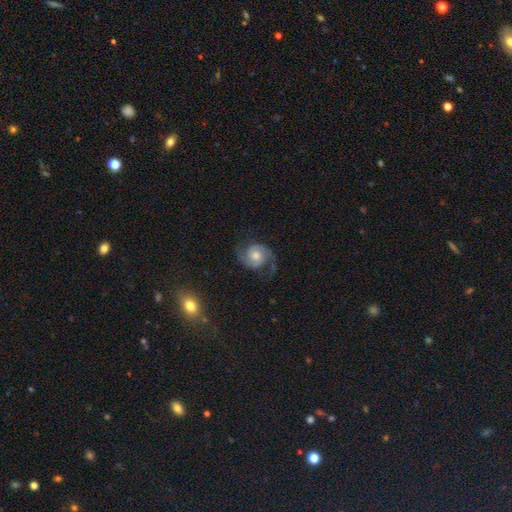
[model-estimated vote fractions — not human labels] This is clearly a featured or disk galaxy (85%). It is clearly not viewed edge-on (98%). Bar: likely no (67%). Spiral arm pattern: clearly yes (97%). Spiral arm count: clearly 2 (92%). Spiral winding: possibly medium (52%). Central bulge: likely moderate (61%). Merging: likely none (74%).